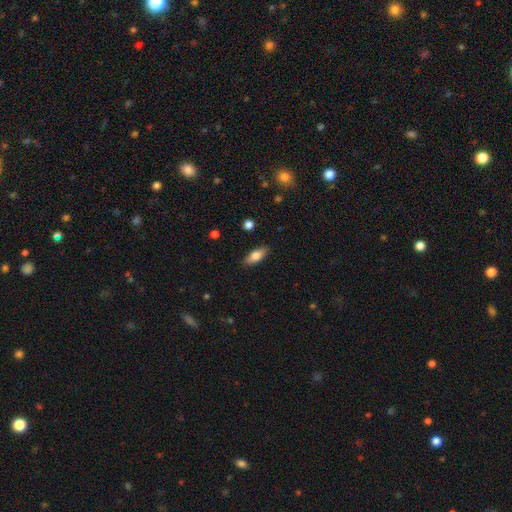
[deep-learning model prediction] Q: Smooth or featured?
A: smooth (73%); runner-up: featured or disk (20%)
Q: How rounded?
A: in between (74%); runner-up: cigar-shaped (23%)
Q: Merging?
A: none (87%); runner-up: minor disturbance (9%)